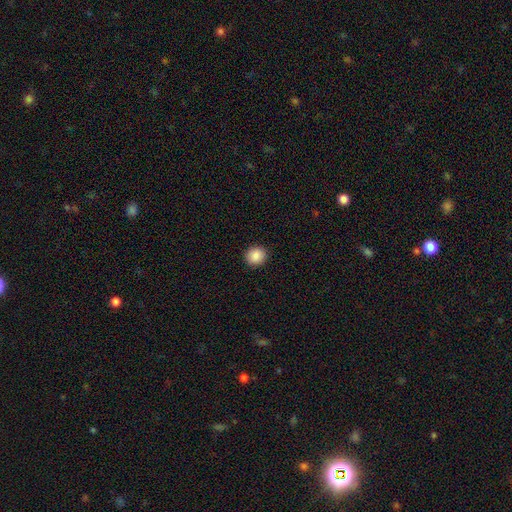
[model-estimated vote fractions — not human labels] Overall: smooth (88%). How rounded: round (86%). Merging: none (92%).